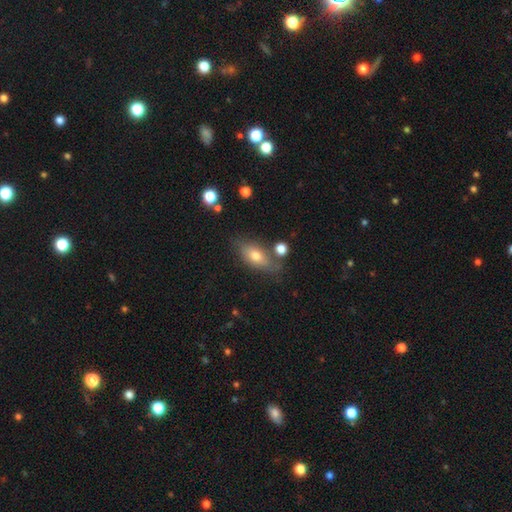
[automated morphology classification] A smooth galaxy with no disk features (70%) that is in between round and cigar-shaped (83%).

Vote fractions:
- Smooth or featured? smooth: 70% / featured or disk: 21% / star or artifact: 8%
- How rounded? in between: 83% / cigar-shaped: 10% / round: 6%
- Merging? none: 66% / minor disturbance: 19% / merger: 9% / major disturbance: 6%